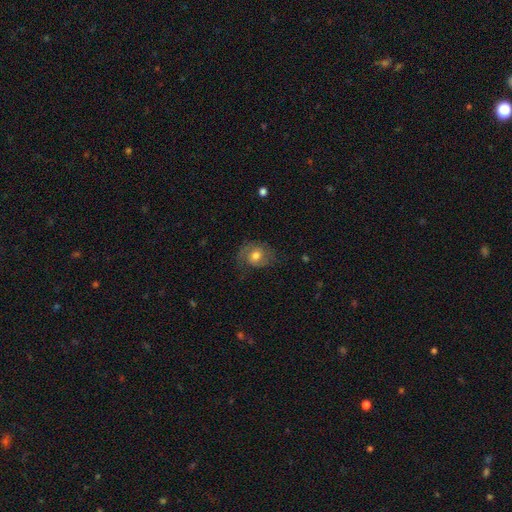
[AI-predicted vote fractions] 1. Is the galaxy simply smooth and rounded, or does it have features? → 47% featured or disk, 45% smooth, 8% star or artifact.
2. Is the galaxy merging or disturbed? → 60% none, 23% minor disturbance, 15% major disturbance, 1% merger.